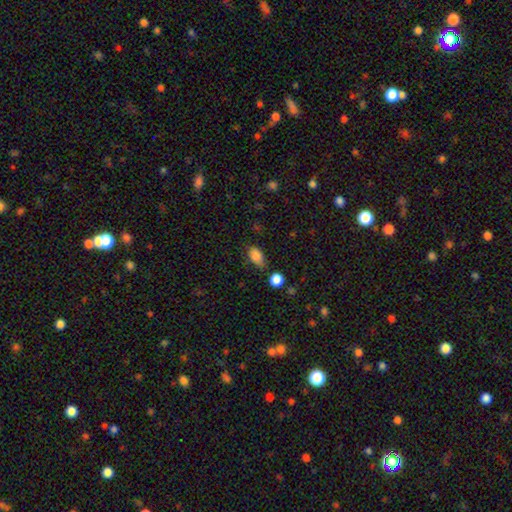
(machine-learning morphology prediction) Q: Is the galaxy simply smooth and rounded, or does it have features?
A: smooth — 84%.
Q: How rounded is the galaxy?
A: in between — 87%.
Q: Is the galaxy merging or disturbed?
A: none — 63%.